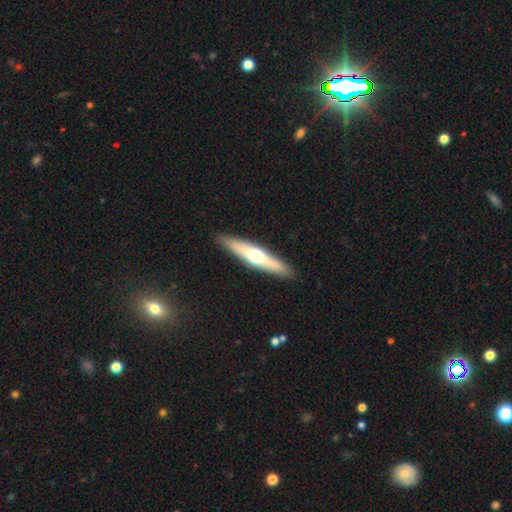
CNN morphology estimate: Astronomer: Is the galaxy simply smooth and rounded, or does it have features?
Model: featured or disk — 51% (runner-up: smooth, 44%).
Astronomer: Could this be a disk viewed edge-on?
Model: yes — 91%.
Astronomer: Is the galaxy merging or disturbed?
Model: none — 90%.